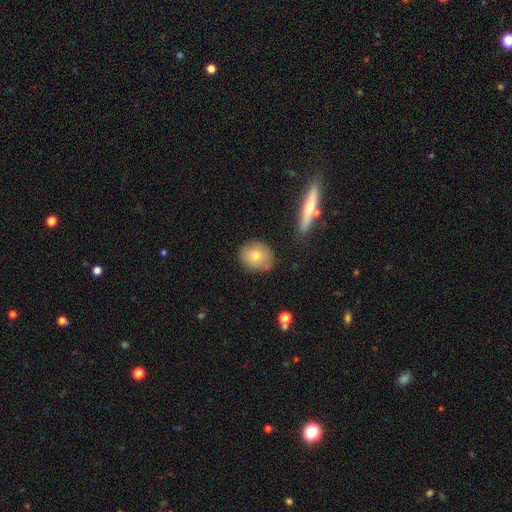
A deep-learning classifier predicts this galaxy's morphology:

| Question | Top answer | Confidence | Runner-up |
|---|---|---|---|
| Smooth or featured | smooth | 71% | featured or disk (20%) |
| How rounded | in between | 50% | round (47%) |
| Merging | none | 81% | minor disturbance (13%) |